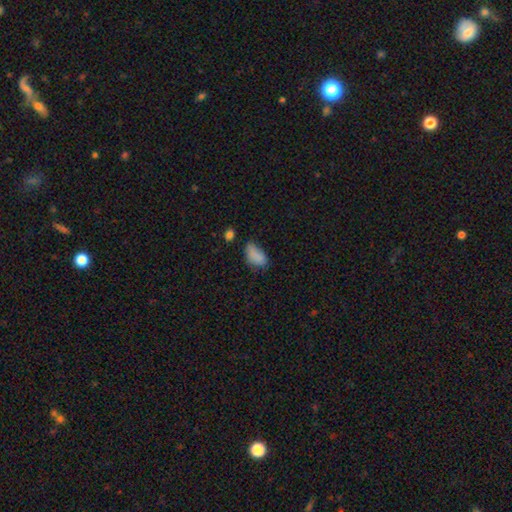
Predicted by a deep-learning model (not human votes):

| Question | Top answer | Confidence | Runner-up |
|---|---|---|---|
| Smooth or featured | smooth | 83% | star or artifact (10%) |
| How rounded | in between | 92% | round (5%) |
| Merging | none | 46% | minor disturbance (36%) |